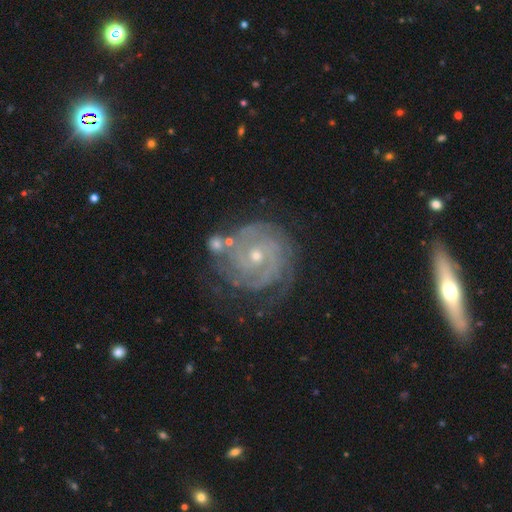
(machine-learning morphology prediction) type=featured or disk (86%); edge-on=no (97%); bar=no (71%); spiral arms=yes (96%); winding=tight (79%); arm count=can't tell (27%); bulge=small (63%); merging=none (68%).